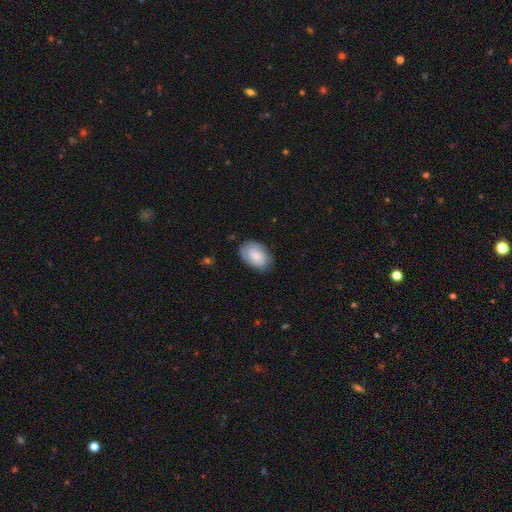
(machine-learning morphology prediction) This appears to be a smooth galaxy with no disk features (67%) that is in between round and cigar-shaped (85%). Merging: none (73%).